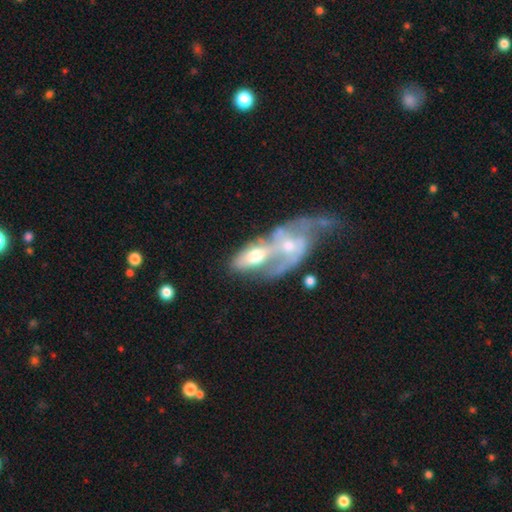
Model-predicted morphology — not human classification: A featured or disk galaxy (53%). Merging: merger (70%).